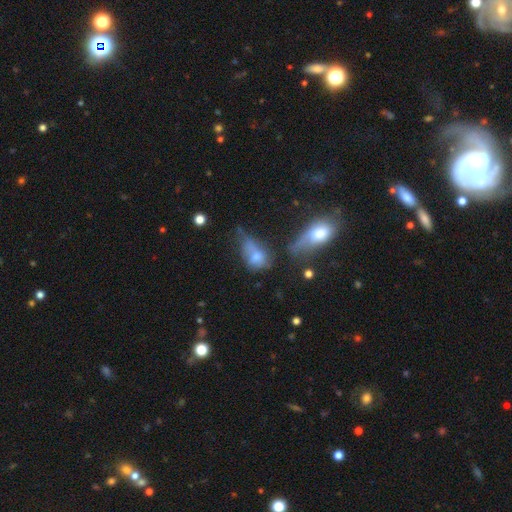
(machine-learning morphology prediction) smooth-or-featured: smooth: 60% | featured or disk: 27% | star or artifact: 14%
  how-rounded: in between: 73% | round: 21% | cigar-shaped: 6%
  merging: major disturbance: 29% | merger: 28% | none: 23% | minor disturbance: 20%